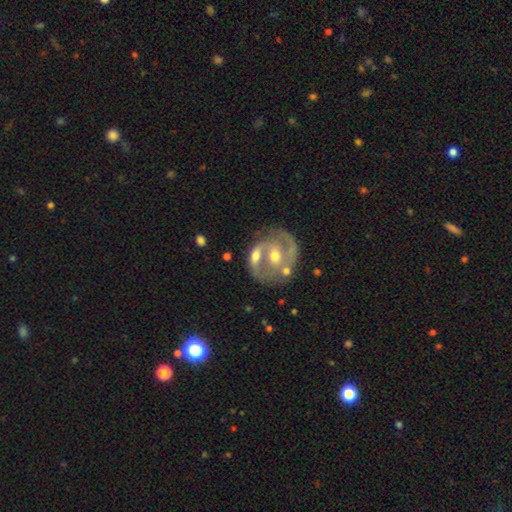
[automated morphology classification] type=featured or disk (71%); edge-on=no (96%); bar=no (47%); spiral arms=yes (71%); bulge=moderate (70%); merging=none (40%).